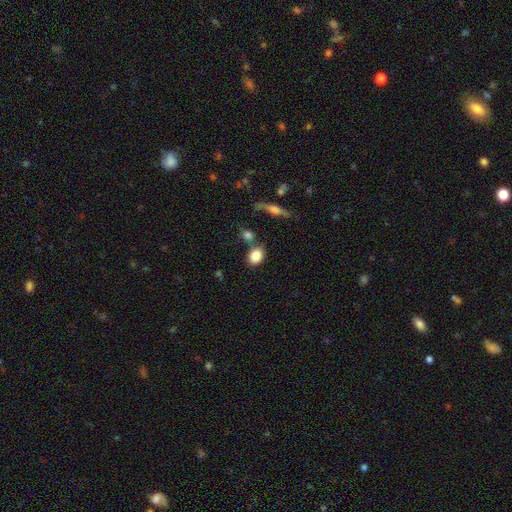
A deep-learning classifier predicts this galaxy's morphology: Smooth or featured?
  - smooth: 85% *
  - featured or disk: 8%
  - star or artifact: 8%
How rounded?
  - in between: 67% *
  - round: 31%
  - cigar-shaped: 2%
Merging?
  - none: 64% *
  - merger: 18%
  - minor disturbance: 13%
  - major disturbance: 5%